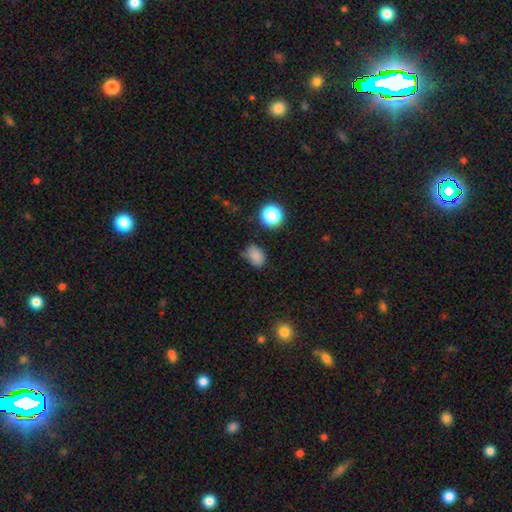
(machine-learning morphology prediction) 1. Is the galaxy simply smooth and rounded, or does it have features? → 80% smooth, 14% star or artifact, 5% featured or disk.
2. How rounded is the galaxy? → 74% in between, 25% round, 1% cigar-shaped.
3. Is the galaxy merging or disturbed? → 64% none, 26% minor disturbance, 6% major disturbance, 4% merger.